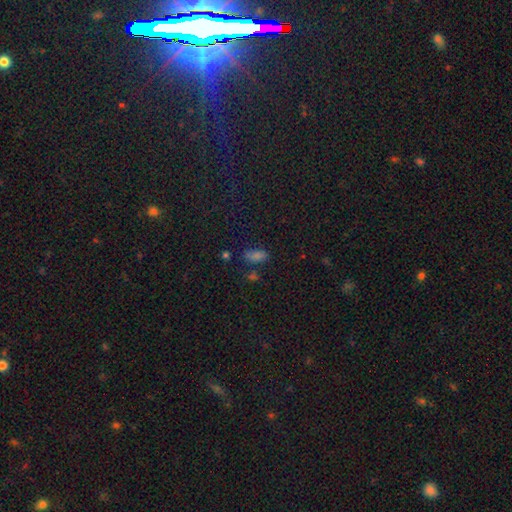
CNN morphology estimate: smooth_or_featured: smooth (p=0.65) [alt: star or artifact p=0.27]
how_rounded: in between (p=0.84) [alt: cigar-shaped p=0.10]
merging: none (p=0.66) [alt: minor disturbance p=0.19]